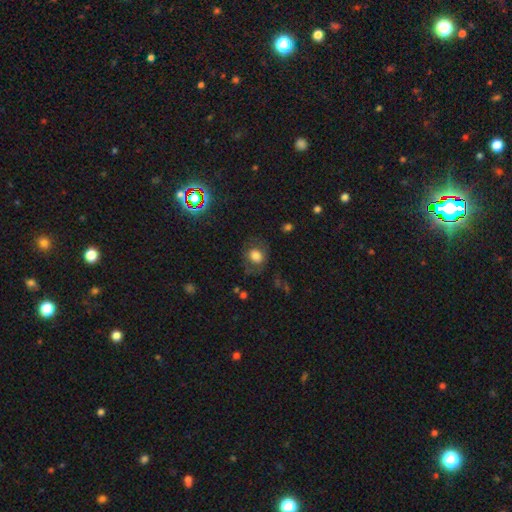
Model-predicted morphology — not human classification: smooth_or_featured: smooth (p=0.70) [alt: featured or disk p=0.18]
how_rounded: round (p=0.61) [alt: in between p=0.38]
merging: none (p=0.69) [alt: minor disturbance p=0.18]